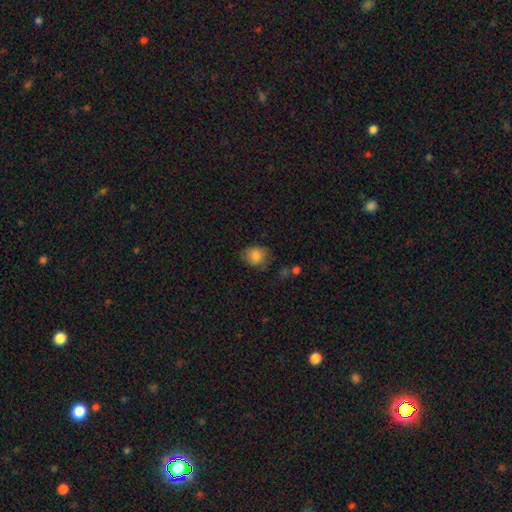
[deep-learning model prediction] smooth 83%, star or artifact 9%, featured or disk 8%. Down the decision tree: how rounded — round (63%); merging — none (68%).